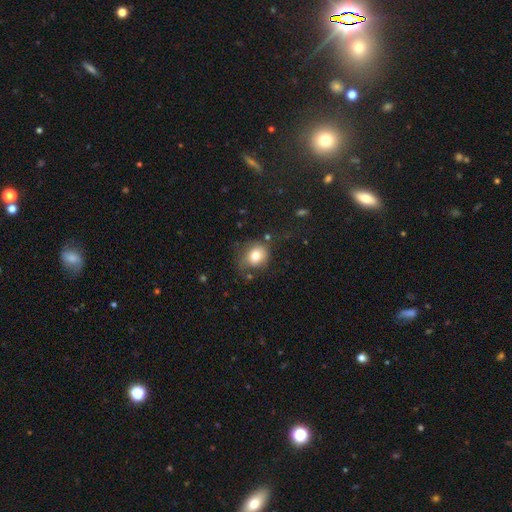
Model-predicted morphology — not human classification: A smooth galaxy with no disk features (77%) that is round (64%).

Vote fractions:
- Smooth or featured? smooth: 77% / featured or disk: 12% / star or artifact: 10%
- How rounded? round: 64% / in between: 35% / cigar-shaped: 1%
- Merging? none: 58% / minor disturbance: 25% / major disturbance: 13% / merger: 4%